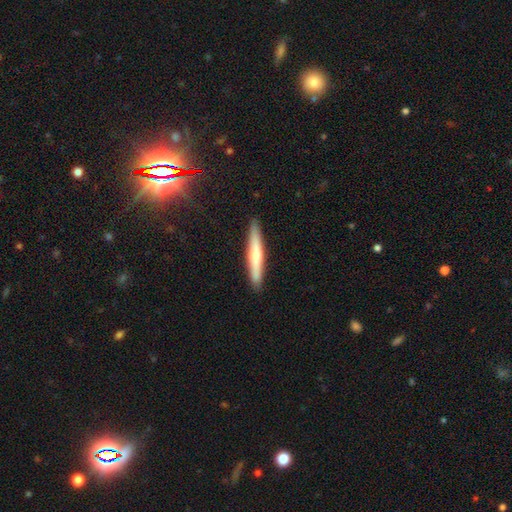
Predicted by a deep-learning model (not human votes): A smooth galaxy with no disk features (59%) that is cigar-shaped (94%). Merging: none (90%).